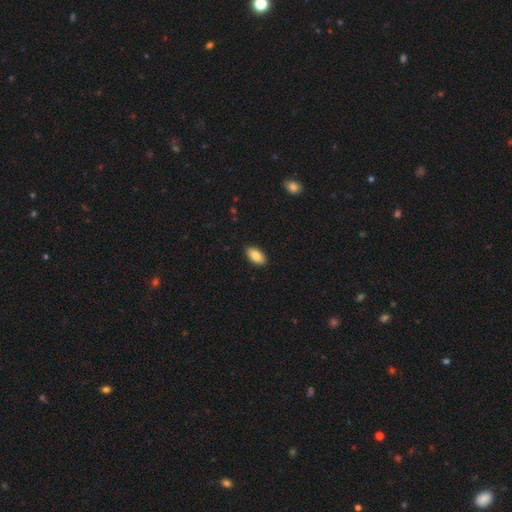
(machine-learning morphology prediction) smooth 87%, star or artifact 7%, featured or disk 7%. Down the decision tree: how rounded — in between (94%); merging — none (89%).